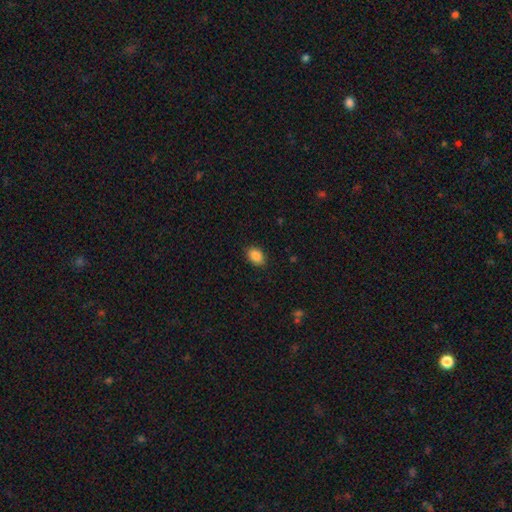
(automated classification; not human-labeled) Smooth or featured? Predicted: smooth (p=0.88). How rounded? Predicted: in between (p=0.81). Merging? Predicted: none (p=0.87).